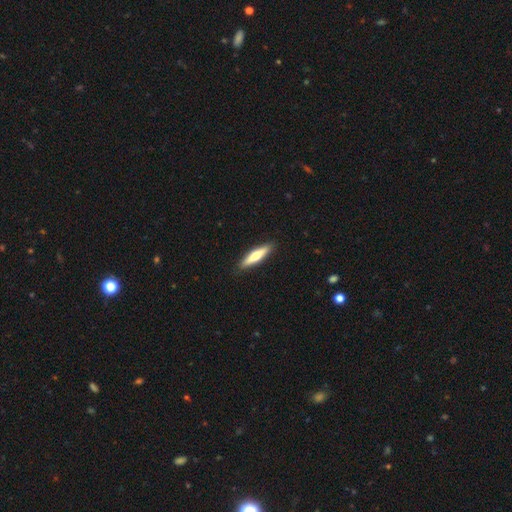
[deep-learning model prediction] smooth_or_featured: smooth (p=0.57) [alt: featured or disk p=0.38]
how_rounded: cigar-shaped (p=0.81) [alt: in between p=0.17]
merging: none (p=0.91) [alt: minor disturbance p=0.07]